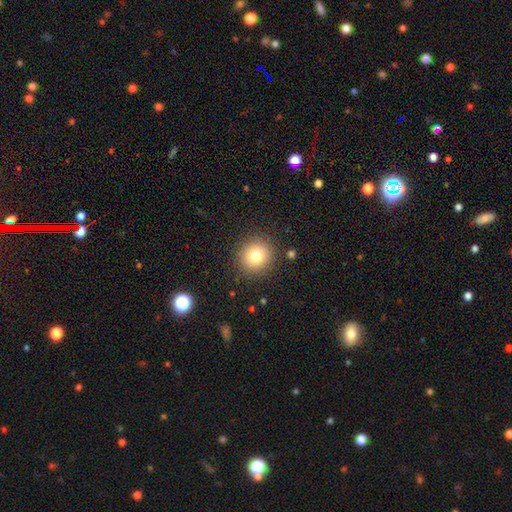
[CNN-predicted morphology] smooth 79%, star or artifact 12%, featured or disk 9%. Down the decision tree: how rounded — round (88%); merging — none (88%).